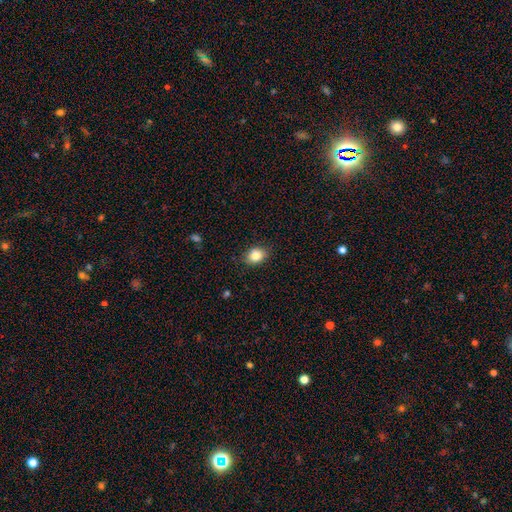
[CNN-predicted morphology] This appears to be a smooth galaxy with no disk features (84%) that is in between round and cigar-shaped (60%). Merging: none (84%).